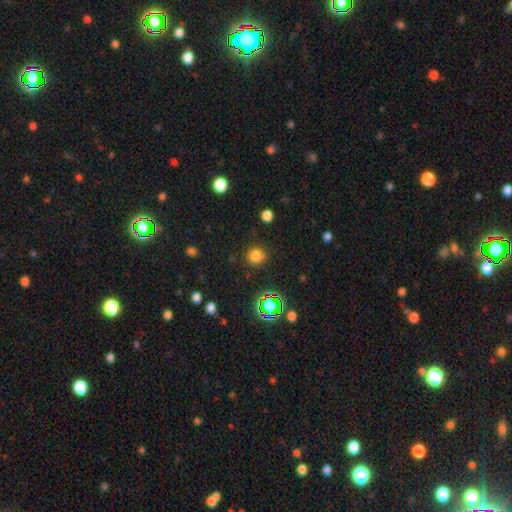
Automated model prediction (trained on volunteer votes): smooth_or_featured: smooth (p=0.75) [alt: star or artifact p=0.20]
how_rounded: round (p=0.90) [alt: in between p=0.09]
merging: none (p=0.85) [alt: minor disturbance p=0.09]